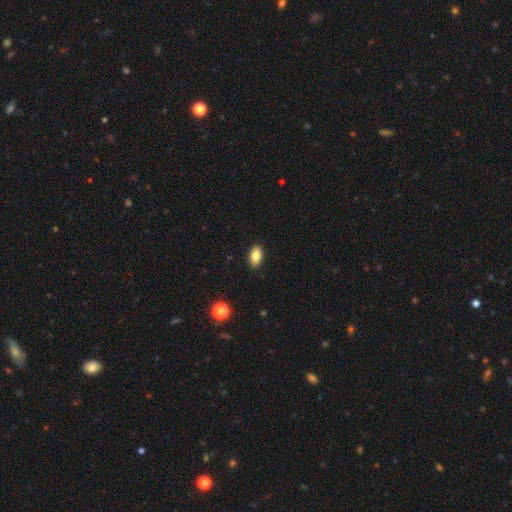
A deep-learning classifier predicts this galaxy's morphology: Smooth or featured: smooth — 81% (featured or disk — 11%)
How rounded: in between — 90% (cigar-shaped — 6%)
Merging: none — 89% (minor disturbance — 8%)